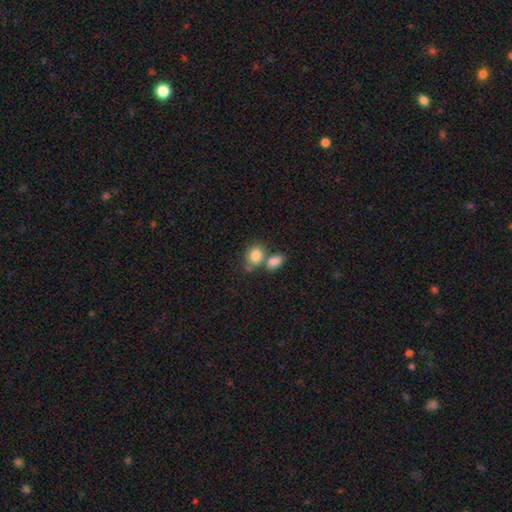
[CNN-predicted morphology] smooth-or-featured: smooth: 83% | featured or disk: 8% | star or artifact: 8%
  how-rounded: in between: 61% | round: 38% | cigar-shaped: 1%
  merging: none: 42% (tied) | merger: 42% (tied) | minor disturbance: 12% | major disturbance: 5%